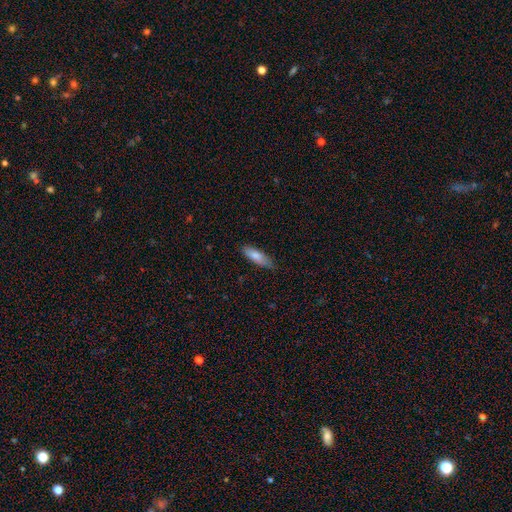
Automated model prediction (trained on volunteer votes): Overall: smooth (81%). How rounded: in between (50%; cigar-shaped 48%). Merging: none (78%).